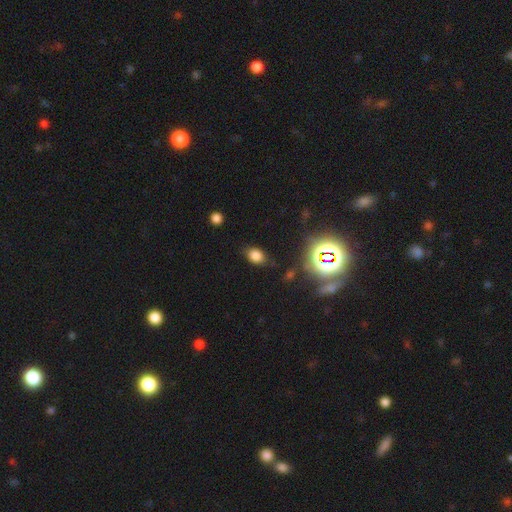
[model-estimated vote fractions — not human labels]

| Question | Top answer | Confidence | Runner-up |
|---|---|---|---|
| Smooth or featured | smooth | 75% | star or artifact (18%) |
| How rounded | in between | 75% | round (24%) |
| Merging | none | 77% | minor disturbance (17%) |